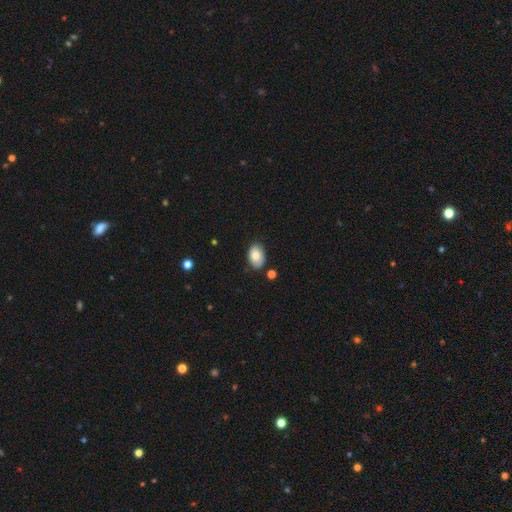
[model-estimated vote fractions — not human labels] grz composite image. It shows a smooth galaxy with no disk features (81%) that is in between round and cigar-shaped (90%). Merging: none (78%).